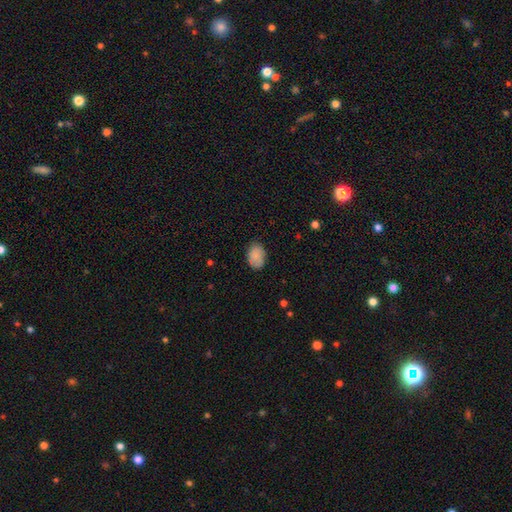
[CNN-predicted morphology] Overall: smooth (85%). How rounded: in between (82%). Merging: none (81%).